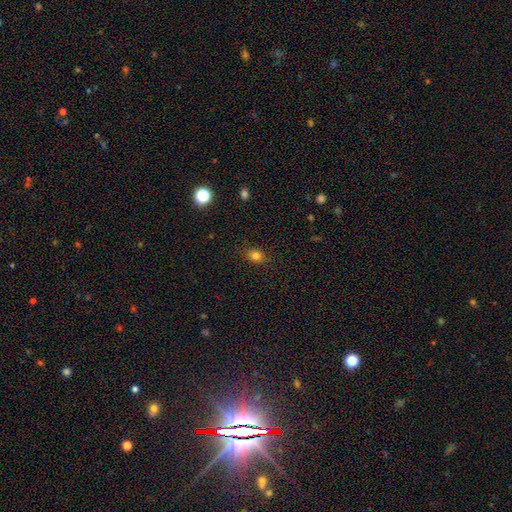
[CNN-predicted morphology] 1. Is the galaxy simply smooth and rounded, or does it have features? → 81% smooth, 13% star or artifact, 6% featured or disk.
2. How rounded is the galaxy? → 53% in between, 46% round, 1% cigar-shaped.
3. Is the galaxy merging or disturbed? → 86% none, 10% minor disturbance, 3% major disturbance, 1% merger.